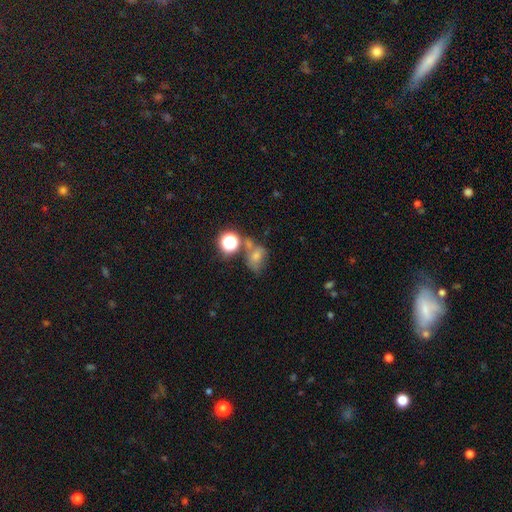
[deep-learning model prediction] Smooth or featured? Predicted: smooth (p=0.57). How rounded? Predicted: in between (p=0.57). Merging? Predicted: none (p=0.37).